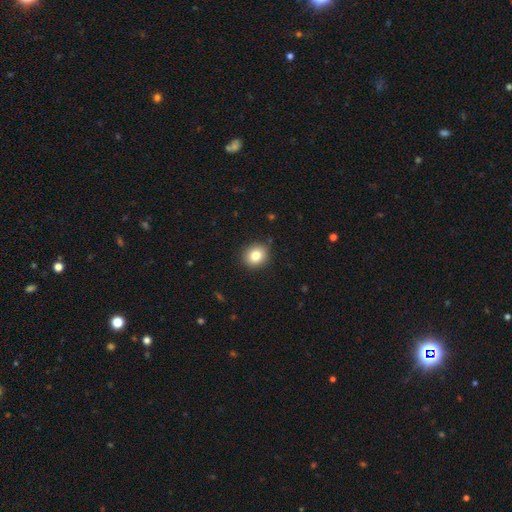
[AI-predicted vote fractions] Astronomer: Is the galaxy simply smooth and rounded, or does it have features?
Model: smooth — 81%.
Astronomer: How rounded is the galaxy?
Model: round — 77%.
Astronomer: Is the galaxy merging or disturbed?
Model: none — 89%.